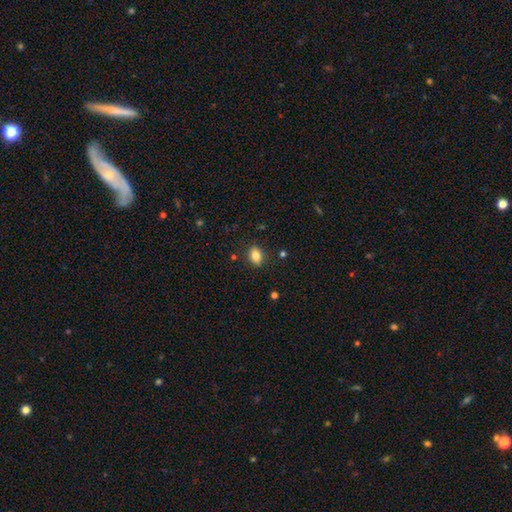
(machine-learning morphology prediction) Smooth or featured? smooth (83%)
How rounded? in between (81%)
Merging? none (86%)